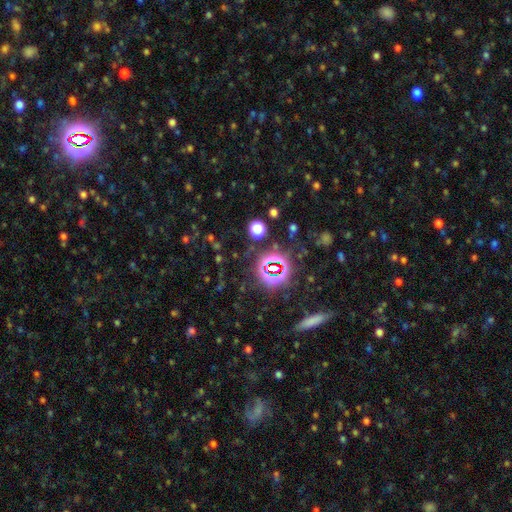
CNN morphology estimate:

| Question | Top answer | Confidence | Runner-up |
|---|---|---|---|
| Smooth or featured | star or artifact | 77% | smooth (15%) |